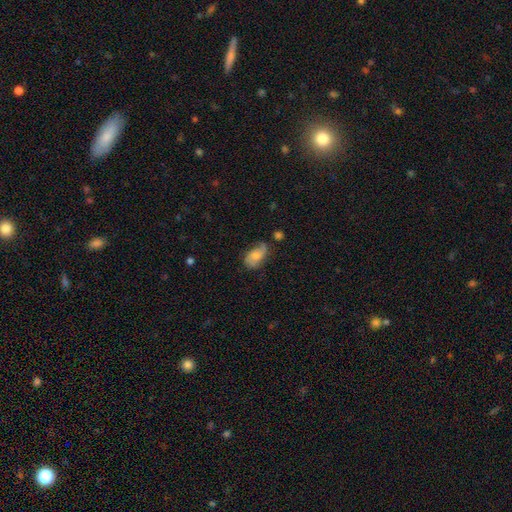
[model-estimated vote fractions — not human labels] The model was most divided on "merging": none: 50%, minor disturbance: 33%, major disturbance: 13%, merger: 4%. More confident: how rounded — in between (91%); smooth or featured — smooth (56%).